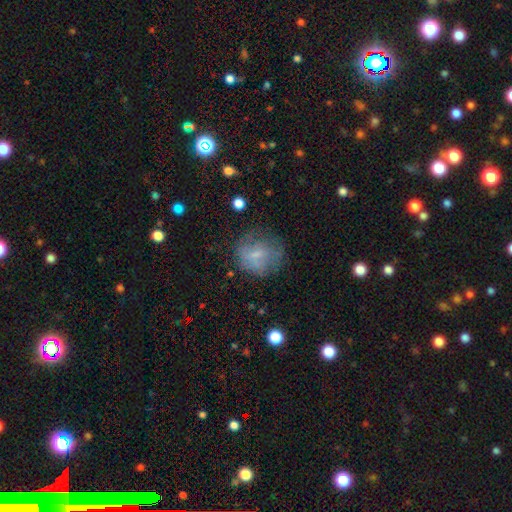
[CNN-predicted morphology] This appears to be a smooth galaxy with no disk features (57%) that is round (75%). Merging: none (58%).